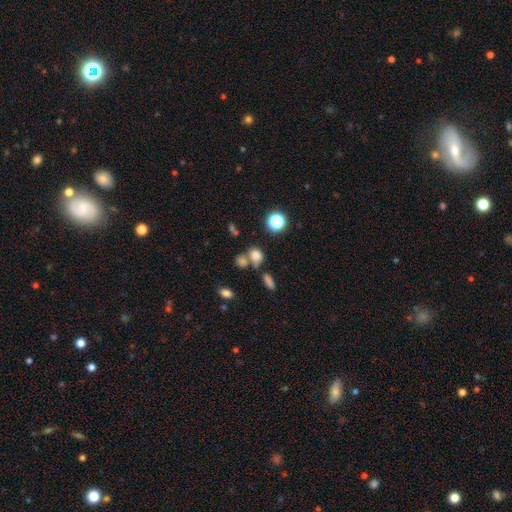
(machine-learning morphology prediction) A smooth galaxy with no disk features (73%) that is round (59%). Merging: none (45%).